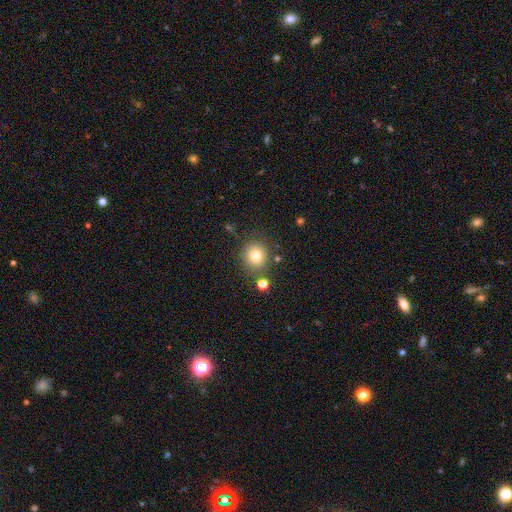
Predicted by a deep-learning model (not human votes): smooth_or_featured: smooth (p=0.78) [alt: star or artifact p=0.13]
how_rounded: round (p=0.90) [alt: in between p=0.09]
merging: none (p=0.80) [alt: minor disturbance p=0.10]